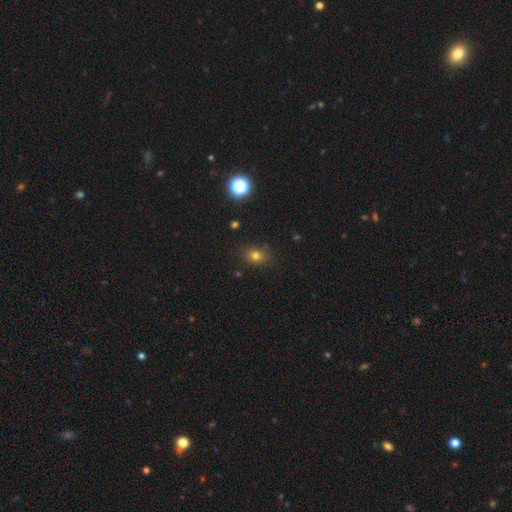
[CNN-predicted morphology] A smooth galaxy with no disk features (75%) that is round (56%).

Vote fractions:
- Smooth or featured? smooth: 75% / star or artifact: 17% / featured or disk: 8%
- How rounded? round: 56% / in between: 43% / cigar-shaped: 1%
- Merging? none: 83% / minor disturbance: 12% / major disturbance: 3% / merger: 2%